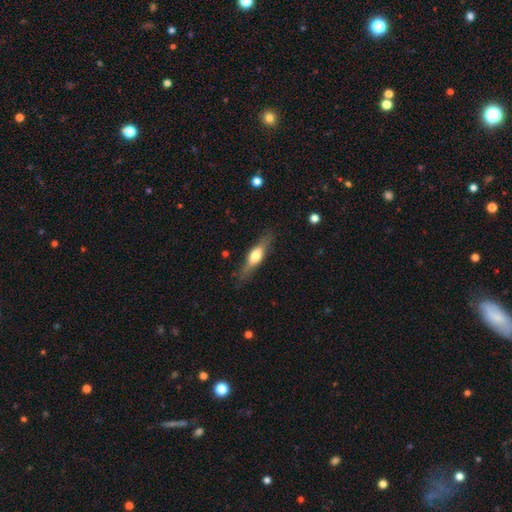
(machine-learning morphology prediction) A featured or disk galaxy (49%).

Vote fractions:
- Smooth or featured? featured or disk: 49% / smooth: 45% / star or artifact: 6%
- Merging? none: 79% / minor disturbance: 15% / major disturbance: 4% / merger: 2%